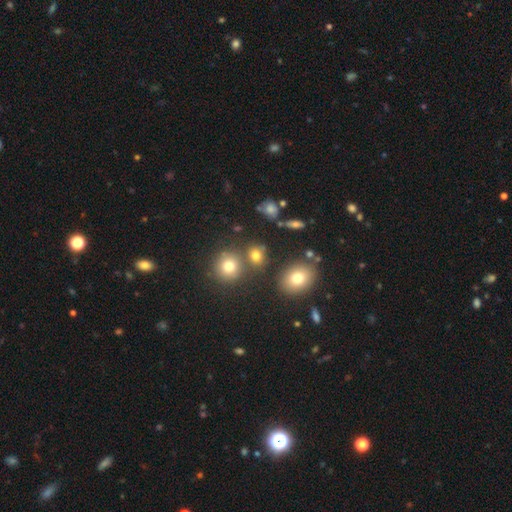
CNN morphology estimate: Smooth or featured: smooth — 68% (star or artifact — 21%)
How rounded: round — 77% (in between — 21%)
Merging: none — 73% (merger — 14%)